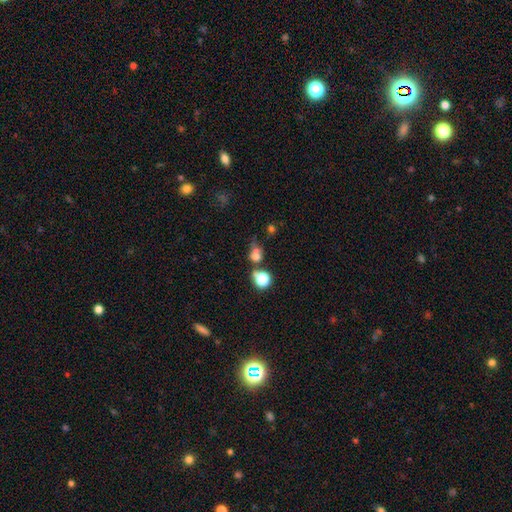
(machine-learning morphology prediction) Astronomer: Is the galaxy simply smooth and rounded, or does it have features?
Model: smooth — 61%.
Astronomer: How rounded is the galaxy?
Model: round — 74%.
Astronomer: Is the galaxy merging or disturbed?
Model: none — 44% (runner-up: merger, 34%).